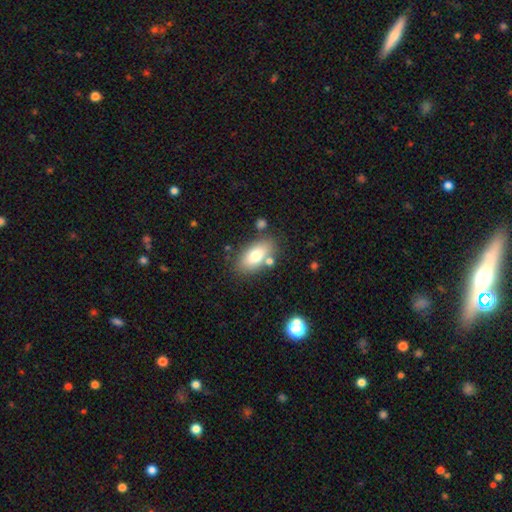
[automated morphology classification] This is likely a smooth galaxy (75%). How rounded: clearly in between (90%). Merging: likely none (75%).